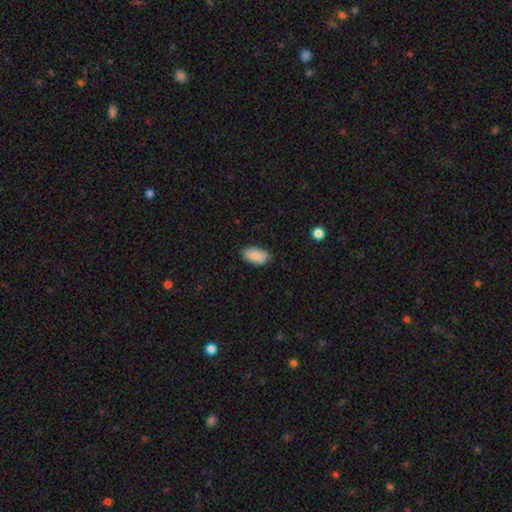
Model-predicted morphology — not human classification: Smooth or featured? Predicted: smooth (p=0.86). How rounded? Predicted: in between (p=0.93). Merging? Predicted: none (p=0.78).